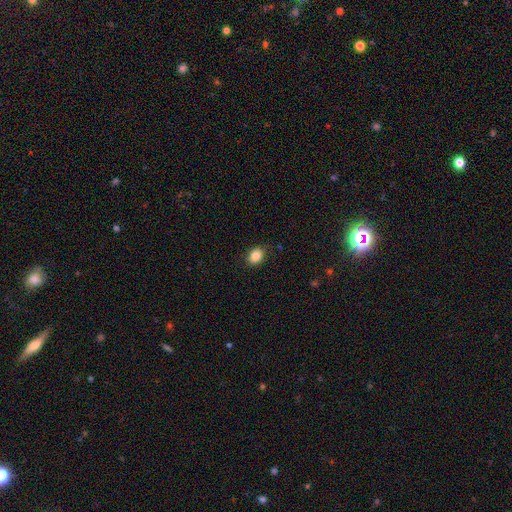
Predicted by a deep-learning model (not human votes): Overall: smooth (85%). How rounded: in between (59%; round 40%). Merging: none (84%).